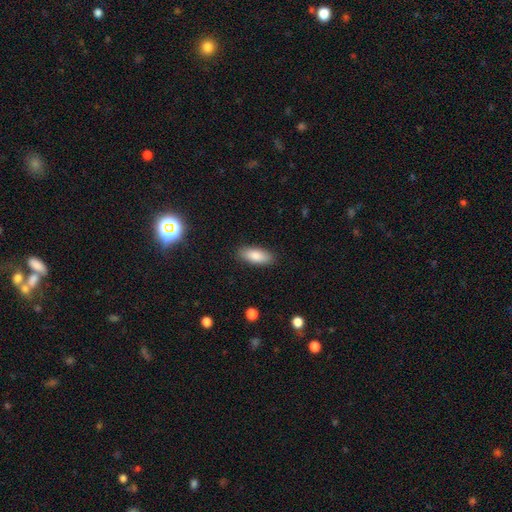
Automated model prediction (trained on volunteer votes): Morphology: type=smooth (85%); roundness=in between (79%); merging=none (89%).